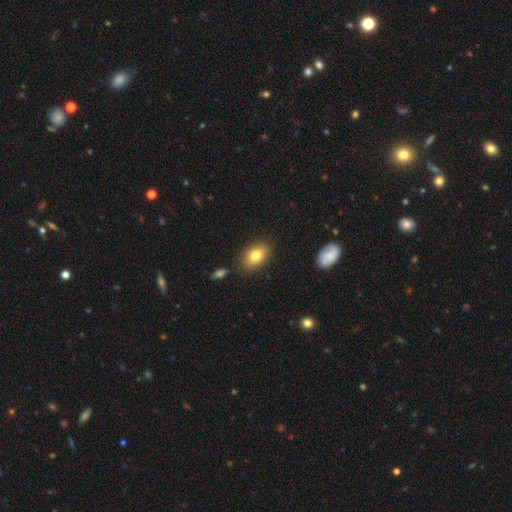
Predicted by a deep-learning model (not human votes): Overall: smooth (80%). How rounded: in between (85%). Merging: none (82%).